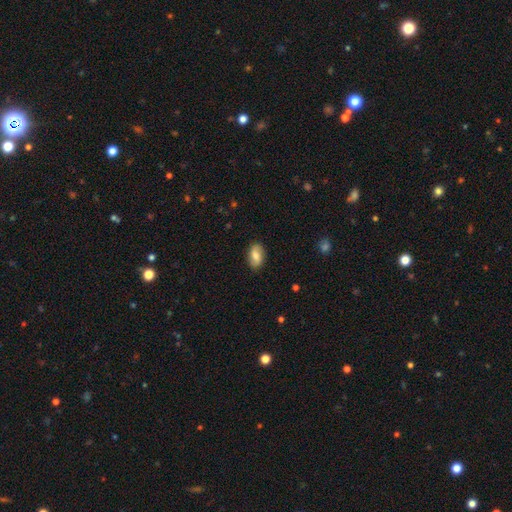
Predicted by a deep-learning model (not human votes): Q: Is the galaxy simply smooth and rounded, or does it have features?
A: smooth — 66%.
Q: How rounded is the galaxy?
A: in between — 91%.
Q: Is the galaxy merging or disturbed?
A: none — 85%.